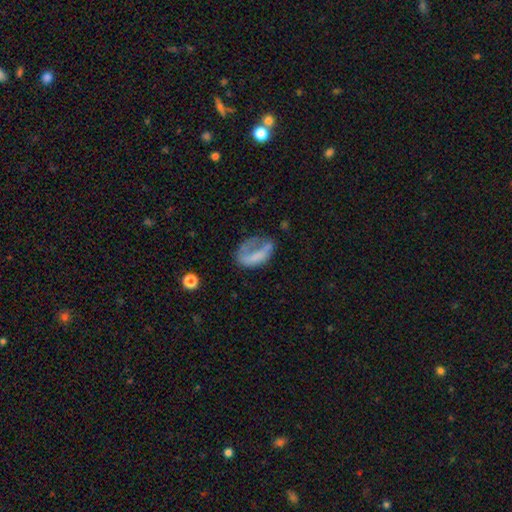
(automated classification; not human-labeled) Morphology: type=smooth (53%); roundness=in between (84%); merging=major disturbance (42%).